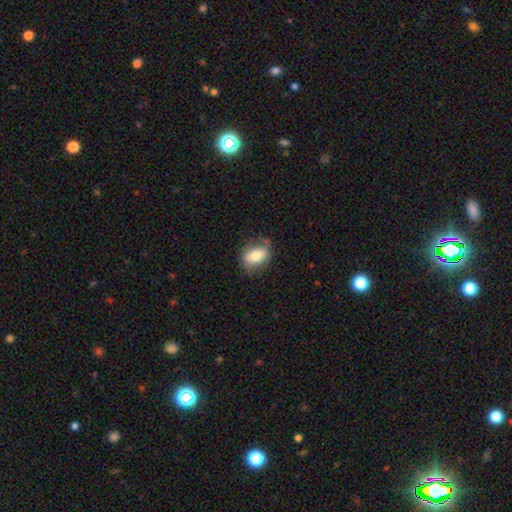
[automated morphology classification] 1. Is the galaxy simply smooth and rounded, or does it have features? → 73% smooth, 19% featured or disk, 8% star or artifact.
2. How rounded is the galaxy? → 73% in between, 26% round, 2% cigar-shaped.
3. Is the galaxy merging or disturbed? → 69% none, 22% minor disturbance, 6% major disturbance, 3% merger.